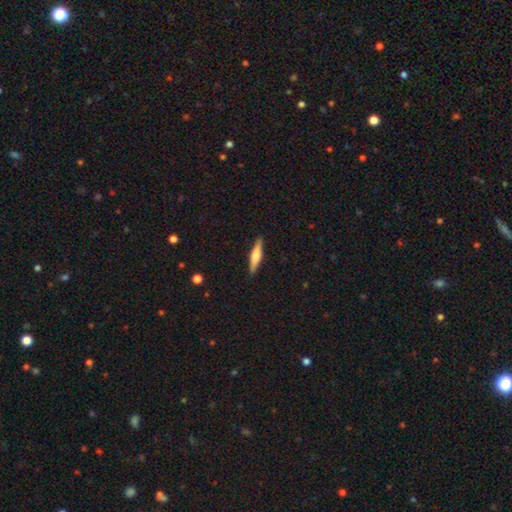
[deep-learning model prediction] The model was most divided on "smooth or featured": smooth: 53%, featured or disk: 42%, star or artifact: 6%. More confident: merging — none (90%); how rounded — cigar-shaped (85%).